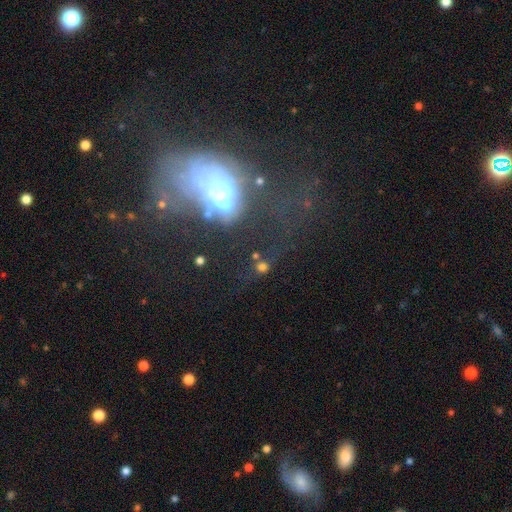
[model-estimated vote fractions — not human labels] smooth-or-featured: featured or disk: 40% | star or artifact: 31% | smooth: 29%
  merging: major disturbance: 34% | none: 27% | merger: 25% | minor disturbance: 13%